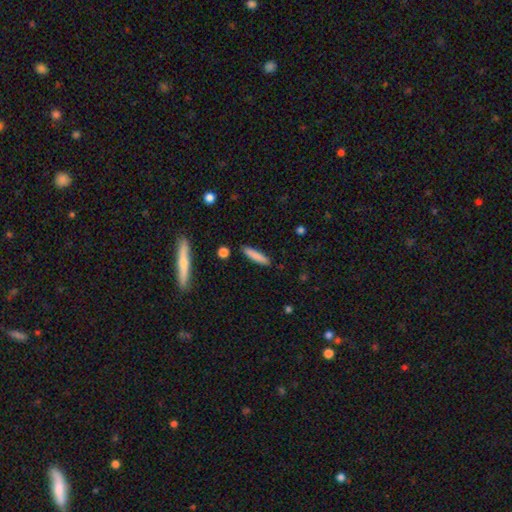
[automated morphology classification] Q: Smooth or featured?
A: smooth (82%); runner-up: featured or disk (12%)
Q: How rounded?
A: cigar-shaped (86%); runner-up: in between (12%)
Q: Merging?
A: none (88%); runner-up: minor disturbance (8%)